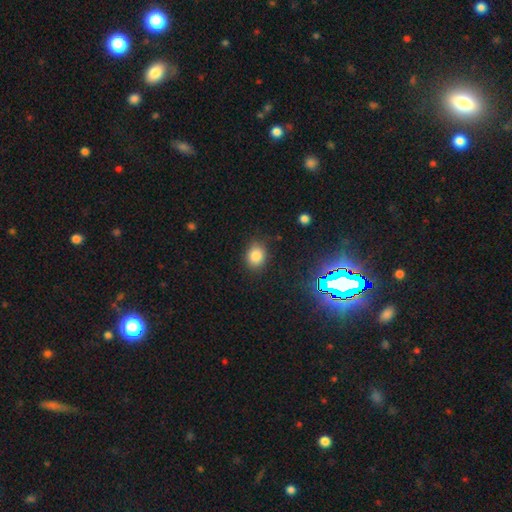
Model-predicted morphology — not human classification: Overall: smooth (82%). How rounded: round (59%; in between 40%). Merging: none (82%).